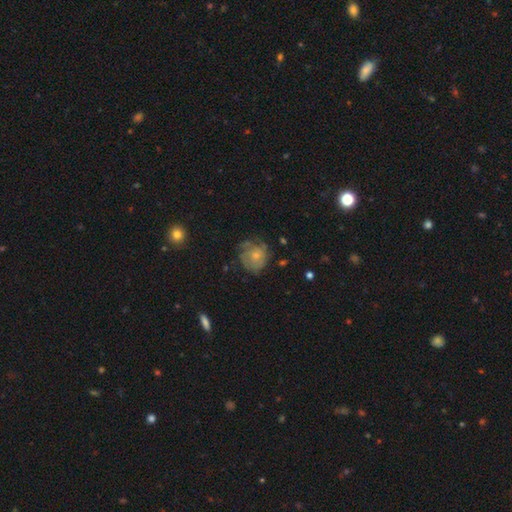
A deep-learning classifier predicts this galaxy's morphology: A featured or disk galaxy (55%) with no bar (82%), spiral arms (76%) and a small central bulge (60%). Merging: none (56%).